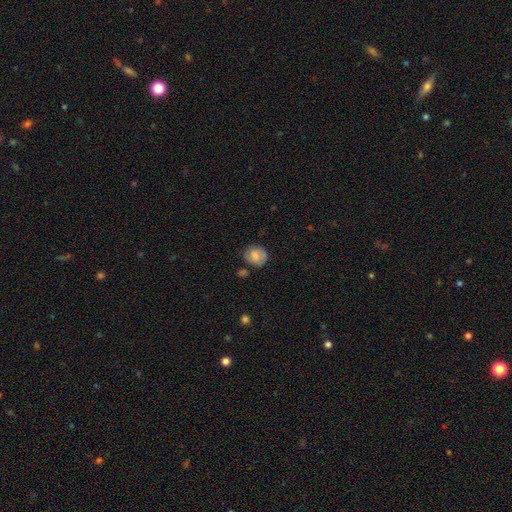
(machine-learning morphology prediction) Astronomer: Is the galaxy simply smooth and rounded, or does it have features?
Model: smooth — 78%.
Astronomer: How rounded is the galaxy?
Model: round — 72%.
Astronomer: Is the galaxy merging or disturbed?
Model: none — 71%.